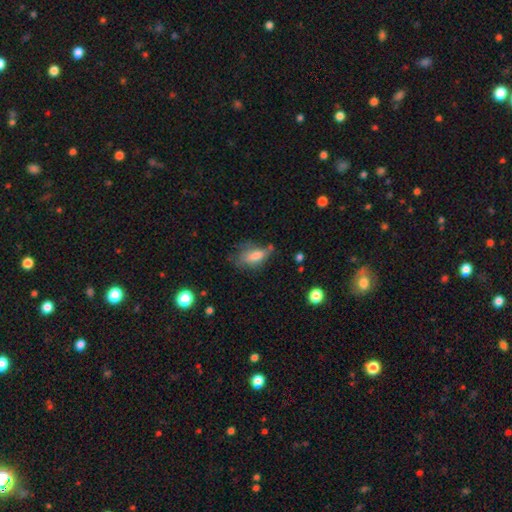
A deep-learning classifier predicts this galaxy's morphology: The model was most divided on "merging": none: 46%, minor disturbance: 31%, major disturbance: 17%, merger: 6%. More confident: how rounded — in between (80%); smooth or featured — smooth (71%).